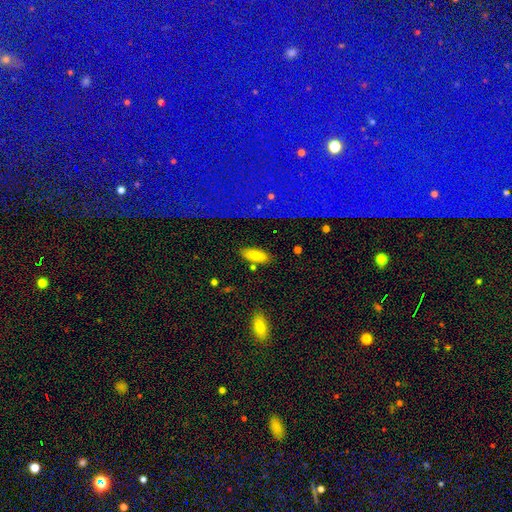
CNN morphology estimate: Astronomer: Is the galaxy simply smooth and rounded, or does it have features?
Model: smooth — 82%.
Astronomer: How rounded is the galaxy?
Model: in between — 74%.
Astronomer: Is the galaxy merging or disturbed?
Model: none — 78%.